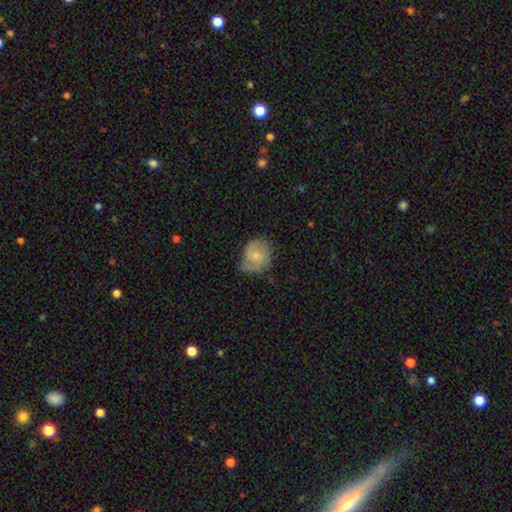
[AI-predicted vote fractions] smooth 48%, featured or disk 45%, star or artifact 7%. Down the decision tree: merging — none (52%).